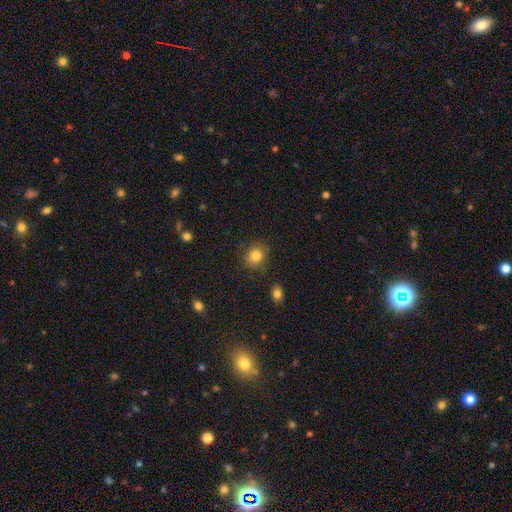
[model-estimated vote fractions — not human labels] Q: Smooth or featured?
A: smooth (82%); runner-up: star or artifact (11%)
Q: How rounded?
A: round (79%); runner-up: in between (20%)
Q: Merging?
A: none (81%); runner-up: minor disturbance (13%)